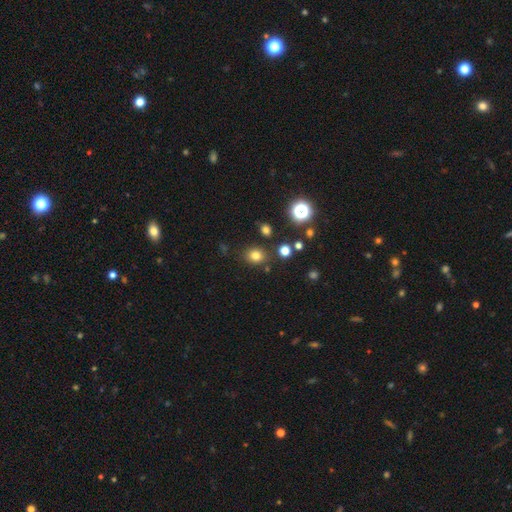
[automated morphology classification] Smooth or featured?
  - smooth: 77% *
  - star or artifact: 17%
  - featured or disk: 6%
How rounded?
  - round: 65% *
  - in between: 35%
  - cigar-shaped: 1%
Merging?
  - none: 83% *
  - minor disturbance: 9%
  - merger: 4%
  - major disturbance: 3%